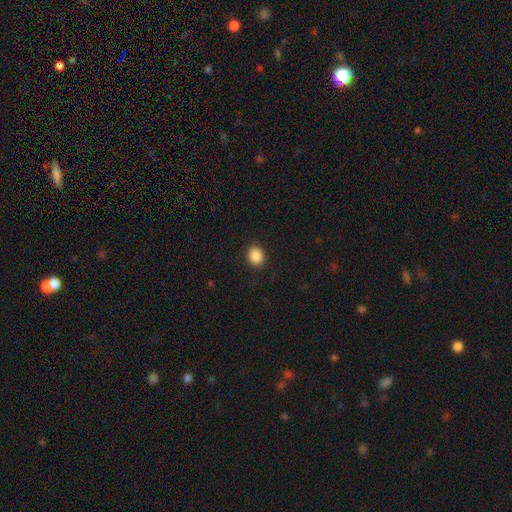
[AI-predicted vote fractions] The model was most divided on "how rounded": round: 50%, in between: 49%, cigar-shaped: 1%. More confident: merging — none (90%); smooth or featured — smooth (88%).